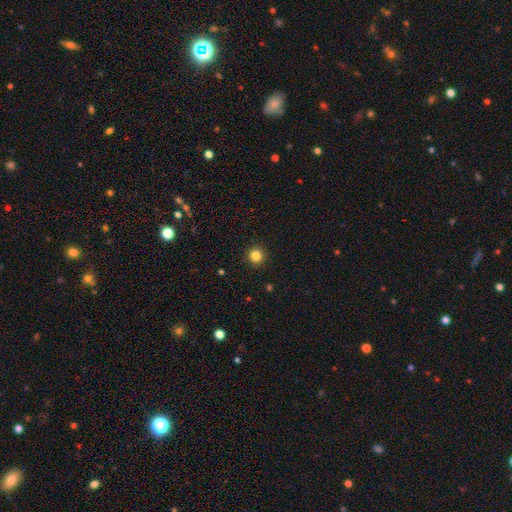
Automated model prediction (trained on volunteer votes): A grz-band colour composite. It shows a smooth galaxy with no disk features (84%) that is round (94%). Merging: none (92%).